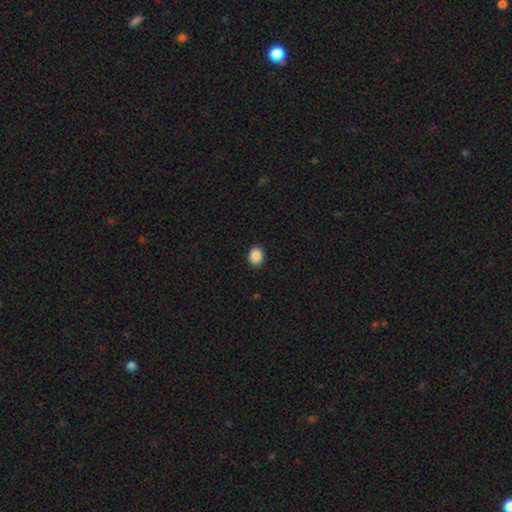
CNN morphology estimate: smooth 89%, star or artifact 9%, featured or disk 3%. Down the decision tree: how rounded — round (51%); merging — none (91%).